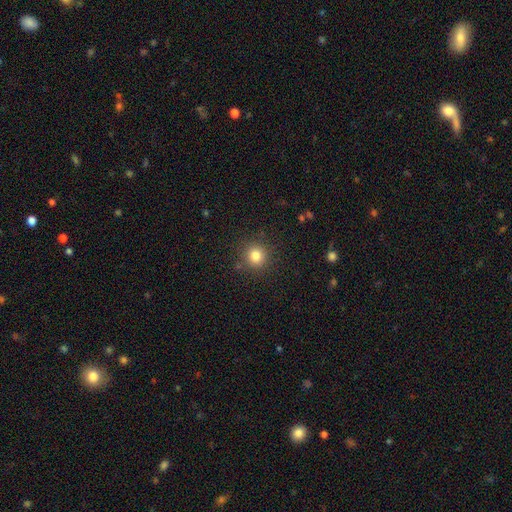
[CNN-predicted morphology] smooth-or-featured: smooth: 82% | star or artifact: 13% | featured or disk: 6%
  how-rounded: round: 92% | in between: 7% | cigar-shaped: 1%
  merging: none: 87% | minor disturbance: 8% | major disturbance: 3% | merger: 2%